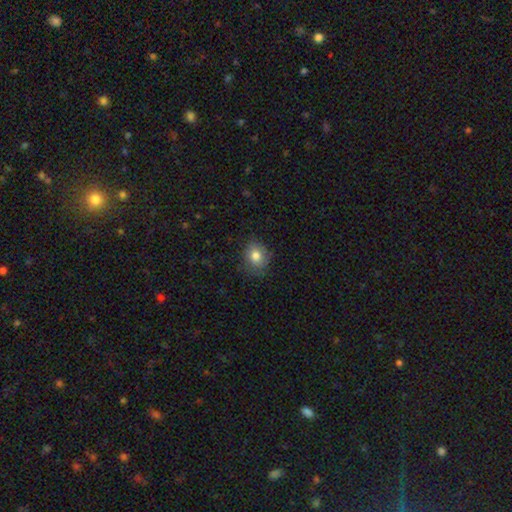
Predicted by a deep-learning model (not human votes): smooth_or_featured: smooth (p=0.81) [alt: featured or disk p=0.10]
how_rounded: round (p=0.62) [alt: in between p=0.37]
merging: none (p=0.78) [alt: minor disturbance p=0.17]